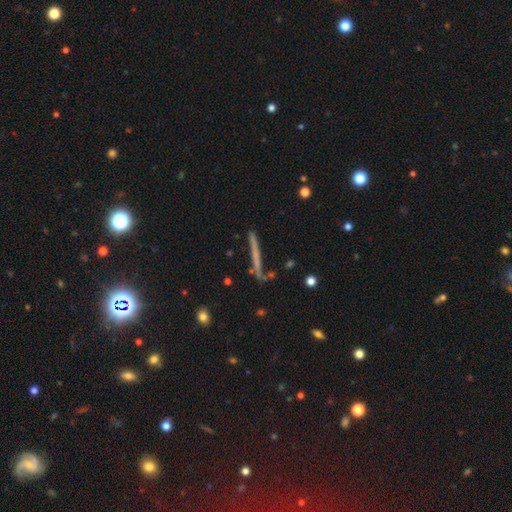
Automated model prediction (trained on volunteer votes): featured or disk 51%, smooth 39%, star or artifact 10%. Down the decision tree: edge-on disk — yes (93%); merging — none (74%).